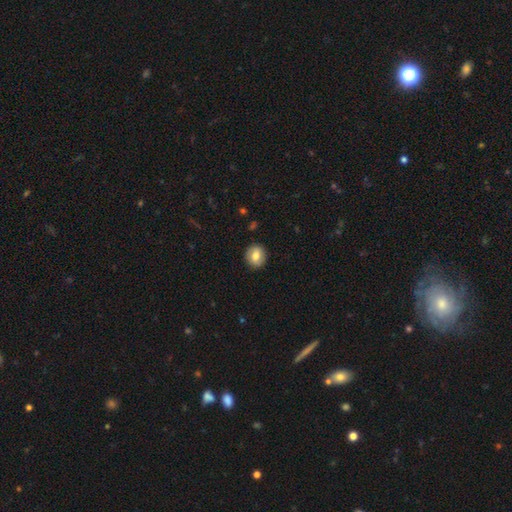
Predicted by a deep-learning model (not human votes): Smooth or featured?
  - smooth: 75% *
  - featured or disk: 17%
  - star or artifact: 8%
How rounded?
  - round: 78% *
  - in between: 21%
  - cigar-shaped: 1%
Merging?
  - none: 90% *
  - minor disturbance: 7%
  - major disturbance: 2%
  - merger: 1%